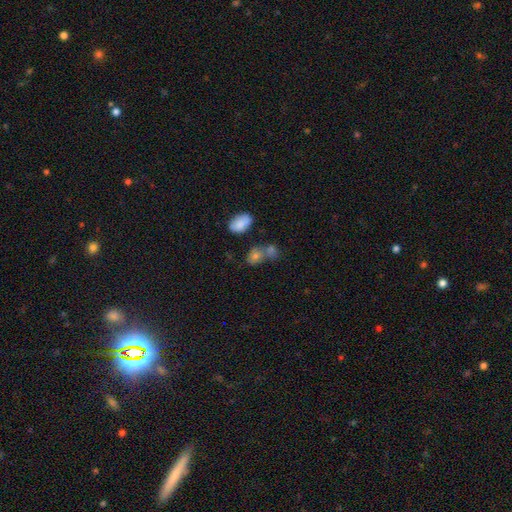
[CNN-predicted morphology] Q: Smooth or featured?
A: smooth (73%); runner-up: star or artifact (14%)
Q: How rounded?
A: in between (62%); runner-up: round (36%)
Q: Merging?
A: none (43%); runner-up: merger (40%)